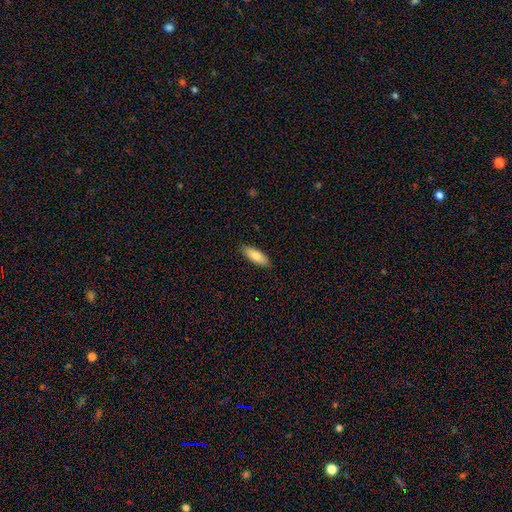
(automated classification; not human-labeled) smooth-or-featured: smooth: 79% | featured or disk: 15% | star or artifact: 6%
  how-rounded: in between: 65% | cigar-shaped: 34% | round: 2%
  merging: none: 89% | minor disturbance: 9% | major disturbance: 2% | merger: 1%